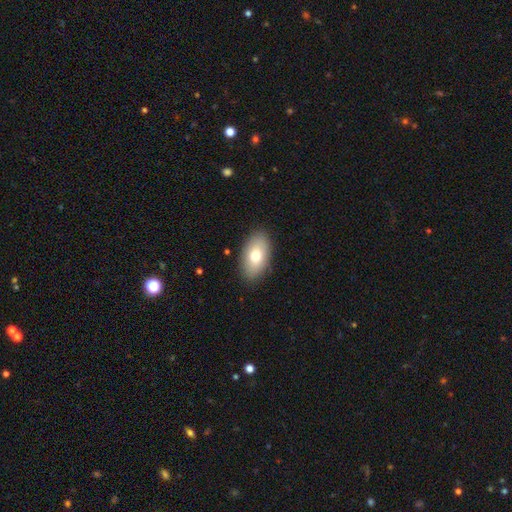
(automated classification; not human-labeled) Overall: smooth (73%). How rounded: in between (92%). Merging: none (87%).